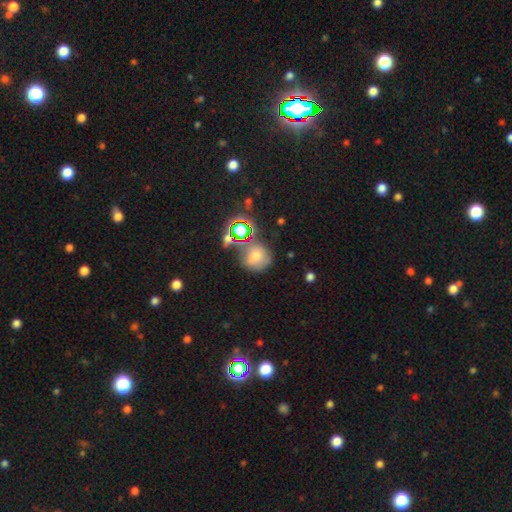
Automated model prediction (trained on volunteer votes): This is possibly a smooth galaxy (59%). How rounded: clearly round (81%). Merging: possibly none (58%).